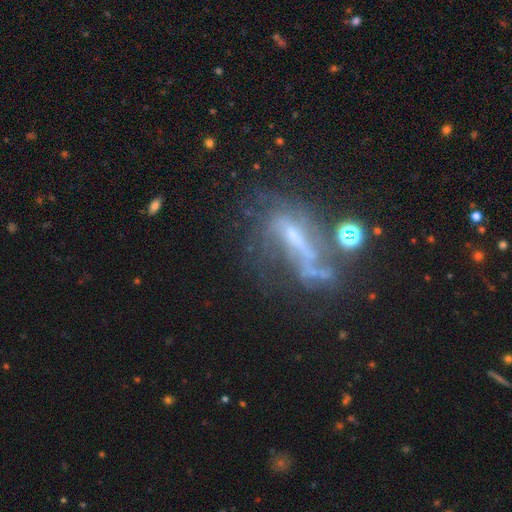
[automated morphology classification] featured or disk 65%, star or artifact 18%, smooth 17%. Down the decision tree: edge-on disk — no (74%); merging — none (37%).